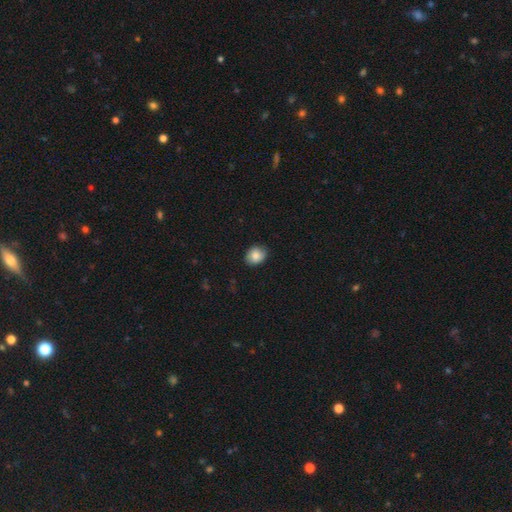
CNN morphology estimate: This is clearly a smooth galaxy (83%). How rounded: possibly in between (54%). Merging: clearly none (83%).